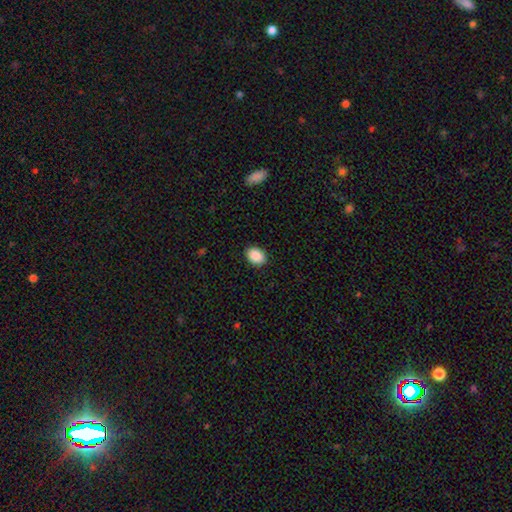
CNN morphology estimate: Smooth or featured?
  - smooth: 90% *
  - star or artifact: 7%
  - featured or disk: 3%
How rounded?
  - in between: 71% *
  - round: 28%
  - cigar-shaped: 1%
Merging?
  - none: 89% *
  - minor disturbance: 8%
  - major disturbance: 2%
  - merger: 1%